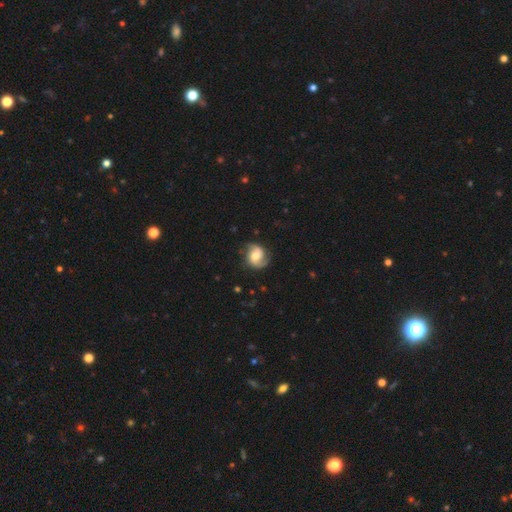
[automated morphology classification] Smooth or featured? Predicted: featured or disk (p=0.74). Edge-on disk? Predicted: no (p=0.98). Bar? Predicted: no (p=0.57). Spiral arms? Predicted: yes (p=0.95). Spiral winding? Predicted: medium (p=0.46). Spiral arm count? Predicted: 2 (p=0.84). Bulge size? Predicted: moderate (p=0.55). Merging? Predicted: none (p=0.72).